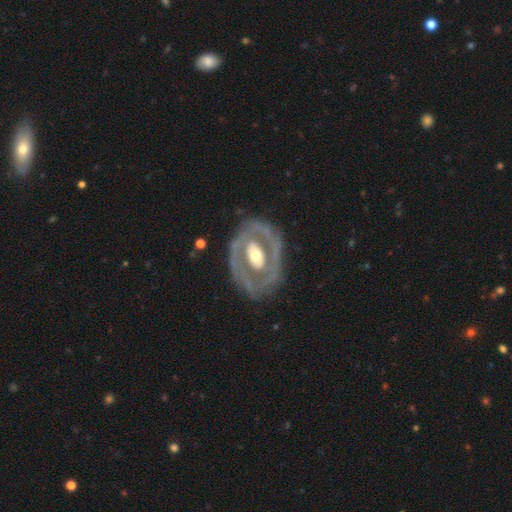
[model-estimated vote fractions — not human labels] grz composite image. It shows a featured or disk galaxy (79%) with no bar (35%), no spiral arms (52%) and a moderate central bulge (68%). Merging: none (74%).